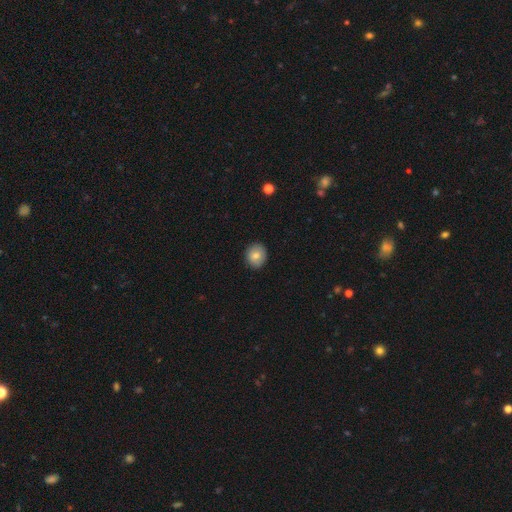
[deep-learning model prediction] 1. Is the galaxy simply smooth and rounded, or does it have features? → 79% smooth, 12% featured or disk, 9% star or artifact.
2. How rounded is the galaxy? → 73% round, 26% in between, 1% cigar-shaped.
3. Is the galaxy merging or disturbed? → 89% none, 8% minor disturbance, 2% major disturbance, 1% merger.